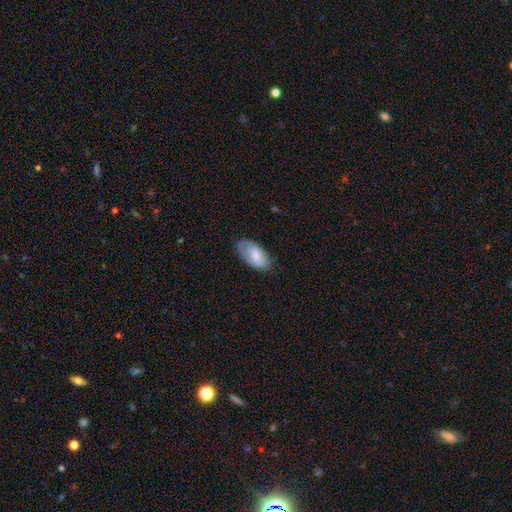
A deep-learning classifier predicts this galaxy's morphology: type=smooth (70%); roundness=in between (94%); merging=none (69%).